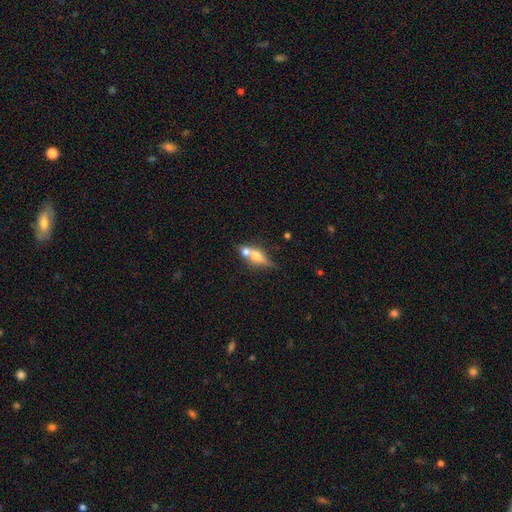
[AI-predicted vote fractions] Smooth or featured?
  - smooth: 47% *
  - featured or disk: 45%
  - star or artifact: 9%
Merging?
  - merger: 46% *
  - none: 37%
  - minor disturbance: 11%
  - major disturbance: 6%